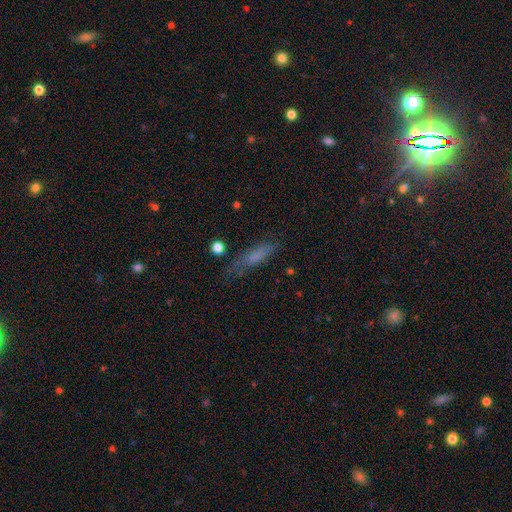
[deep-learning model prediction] Smooth or featured?
  - smooth: 59% *
  - featured or disk: 28%
  - star or artifact: 13%
How rounded?
  - cigar-shaped: 71% *
  - in between: 26%
  - round: 3%
Merging?
  - none: 61% *
  - minor disturbance: 24%
  - major disturbance: 11%
  - merger: 3%